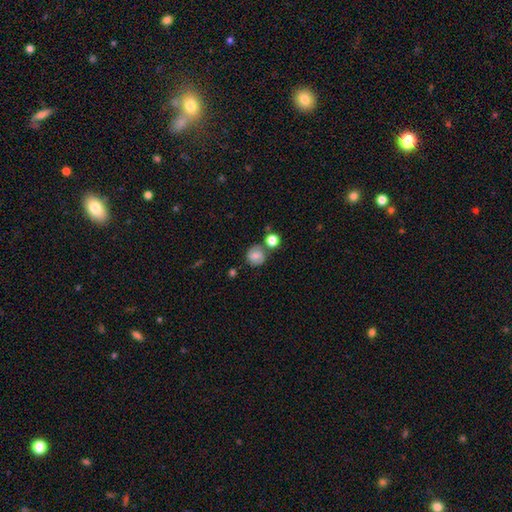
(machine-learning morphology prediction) A smooth galaxy with no disk features (59%) that is round (88%).

Vote fractions:
- Smooth or featured? smooth: 59% / featured or disk: 31% / star or artifact: 10%
- How rounded? round: 88% / in between: 11% / cigar-shaped: 1%
- Merging? none: 68% / merger: 14% / minor disturbance: 14% / major disturbance: 4%